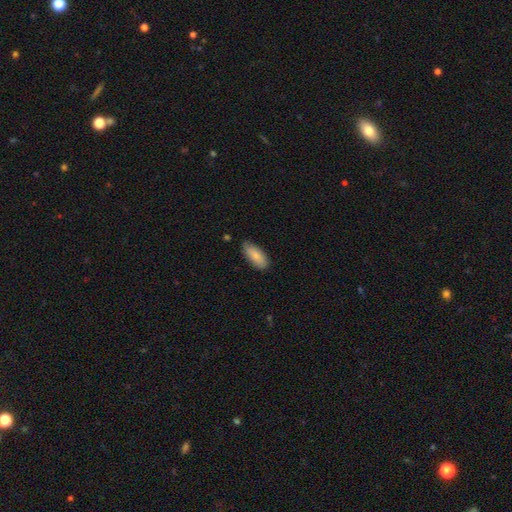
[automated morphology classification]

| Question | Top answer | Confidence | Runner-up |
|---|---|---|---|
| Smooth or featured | smooth | 78% | featured or disk (15%) |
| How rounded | in between | 85% | cigar-shaped (13%) |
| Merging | none | 75% | minor disturbance (21%) |